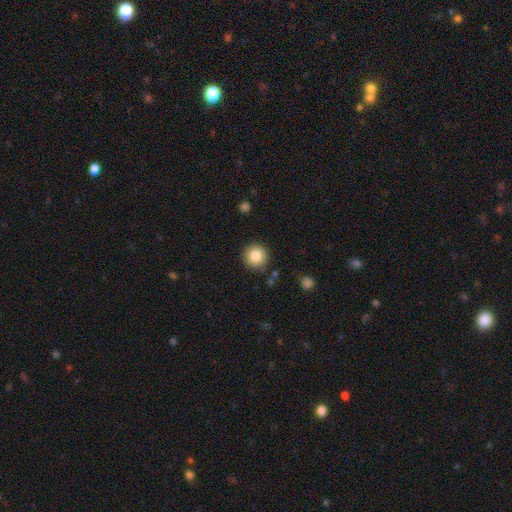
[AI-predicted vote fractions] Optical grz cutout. It shows a smooth galaxy with no disk features (84%) that is round (95%). Merging: none (89%).